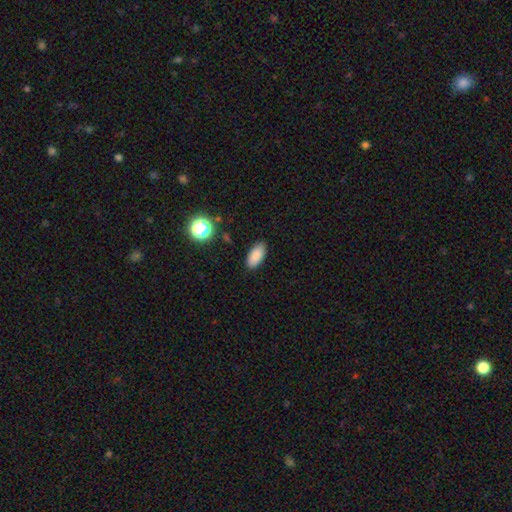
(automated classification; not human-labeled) A smooth galaxy with no disk features (86%) that is in between round and cigar-shaped (90%).

Vote fractions:
- Smooth or featured? smooth: 86% / star or artifact: 9% / featured or disk: 5%
- How rounded? in between: 90% / cigar-shaped: 7% / round: 3%
- Merging? none: 88% / minor disturbance: 8% / major disturbance: 2% / merger: 1%